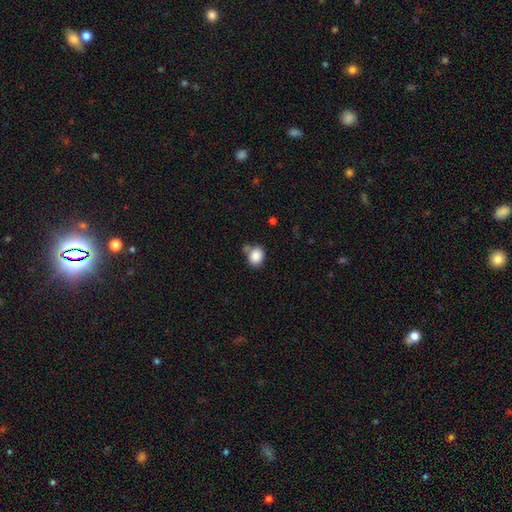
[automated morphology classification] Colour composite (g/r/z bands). It shows a smooth galaxy with no disk features (87%) that is round (56%). Merging: none (62%).